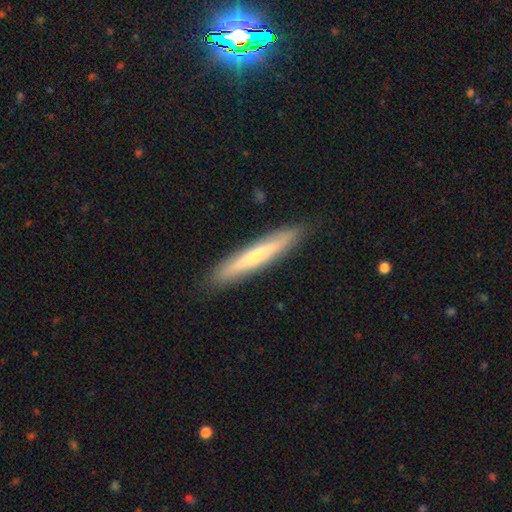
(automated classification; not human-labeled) Smooth or featured? Predicted: featured or disk (p=0.48). Merging? Predicted: none (p=0.89).